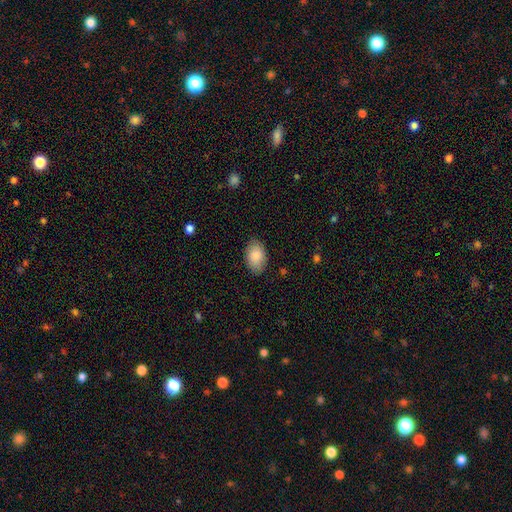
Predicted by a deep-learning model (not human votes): Morphology: type=smooth (87%); roundness=in between (91%); merging=none (84%).